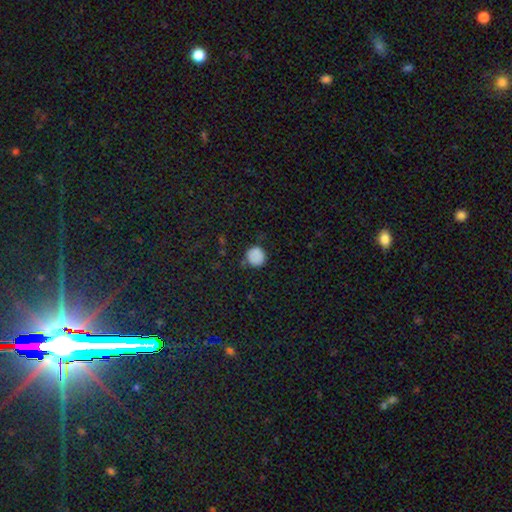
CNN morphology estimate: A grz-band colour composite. It shows a smooth galaxy with no disk features (84%) that is round (90%). Merging: none (76%).